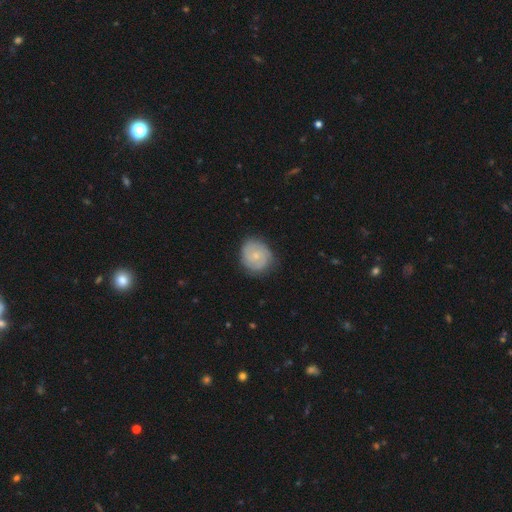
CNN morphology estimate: A featured or disk galaxy (62%) with no bar (76%), 2 (38%) tight (63%) spiral arms (89%) and a small central bulge (68%). Merging: none (78%).